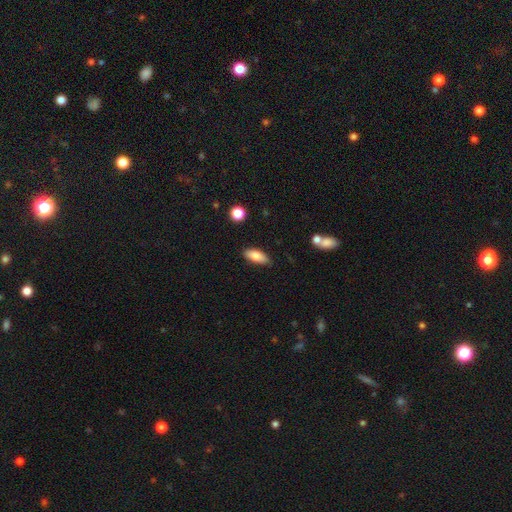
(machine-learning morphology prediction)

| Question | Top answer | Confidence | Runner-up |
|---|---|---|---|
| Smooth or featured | smooth | 81% | featured or disk (12%) |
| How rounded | in between | 80% | cigar-shaped (18%) |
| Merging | none | 82% | minor disturbance (13%) |